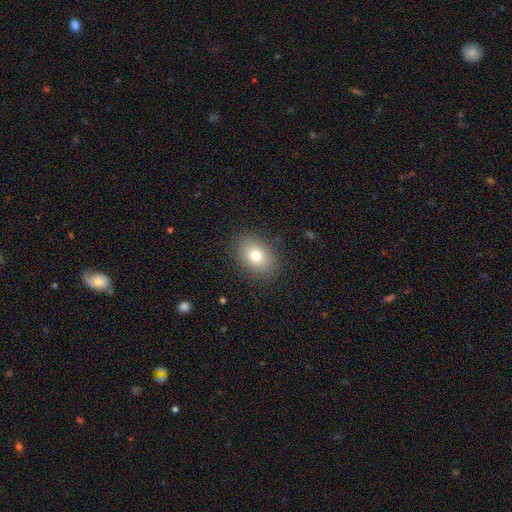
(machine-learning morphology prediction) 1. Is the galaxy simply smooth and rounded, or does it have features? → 78% smooth, 11% featured or disk, 11% star or artifact.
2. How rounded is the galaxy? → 71% in between, 28% round, 1% cigar-shaped.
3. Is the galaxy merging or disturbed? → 87% none, 9% minor disturbance, 3% major disturbance, 1% merger.